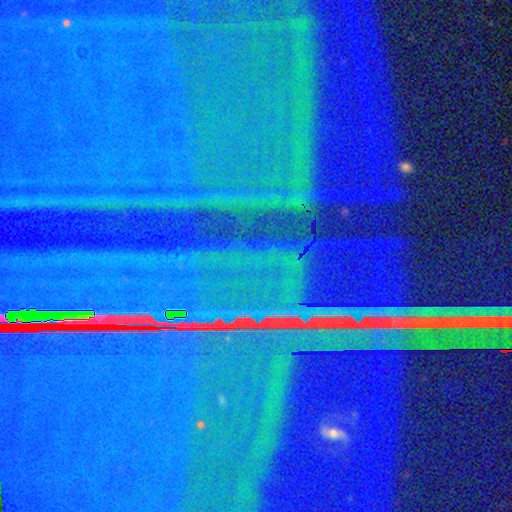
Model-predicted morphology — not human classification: The model was most divided on "smooth or featured": star or artifact: 88%, featured or disk: 7%, smooth: 5%.